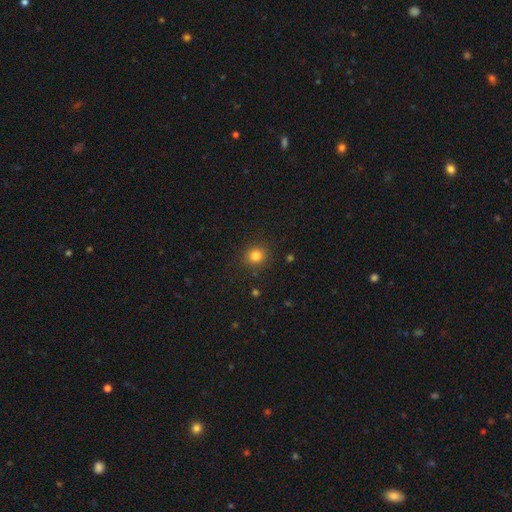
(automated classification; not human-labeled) smooth_or_featured: smooth (p=0.83) [alt: star or artifact p=0.12]
how_rounded: round (p=0.84) [alt: in between p=0.15]
merging: none (p=0.88) [alt: minor disturbance p=0.08]